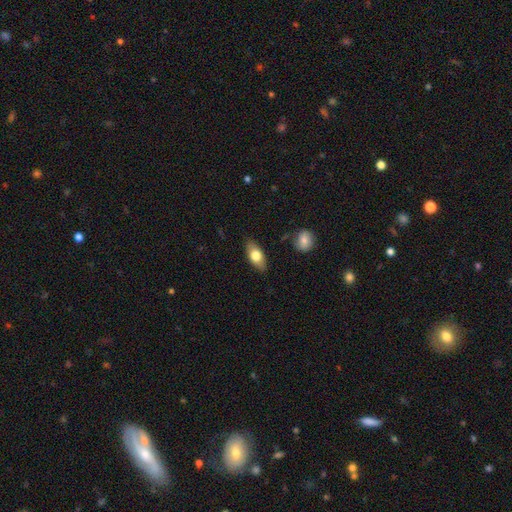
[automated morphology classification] This is likely a smooth galaxy (72%). How rounded: clearly in between (87%). Merging: clearly none (85%).